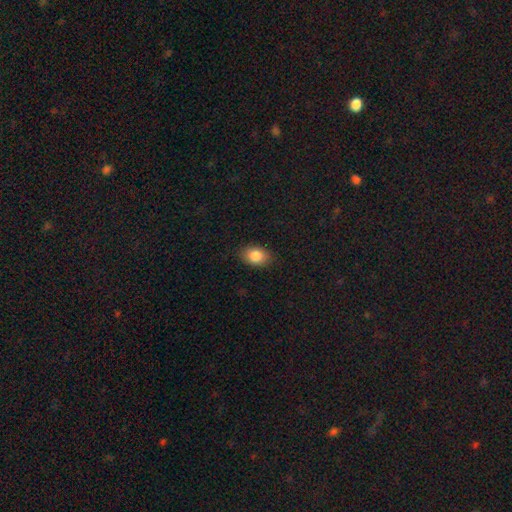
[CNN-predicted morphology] smooth_or_featured: smooth (p=0.86) [alt: star or artifact p=0.08]
how_rounded: in between (p=0.81) [alt: round p=0.18]
merging: none (p=0.86) [alt: minor disturbance p=0.11]